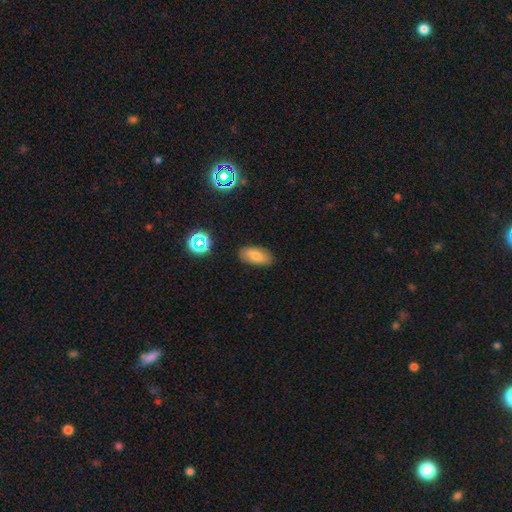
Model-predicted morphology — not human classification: A smooth galaxy with no disk features (77%) that is in between round and cigar-shaped (90%). Merging: none (86%).